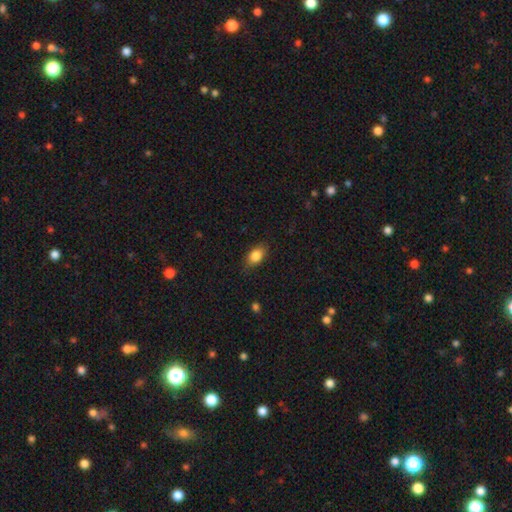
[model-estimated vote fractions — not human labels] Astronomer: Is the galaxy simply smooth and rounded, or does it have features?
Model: smooth — 85%.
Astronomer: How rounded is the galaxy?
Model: in between — 85%.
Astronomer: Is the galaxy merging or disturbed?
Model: none — 81%.